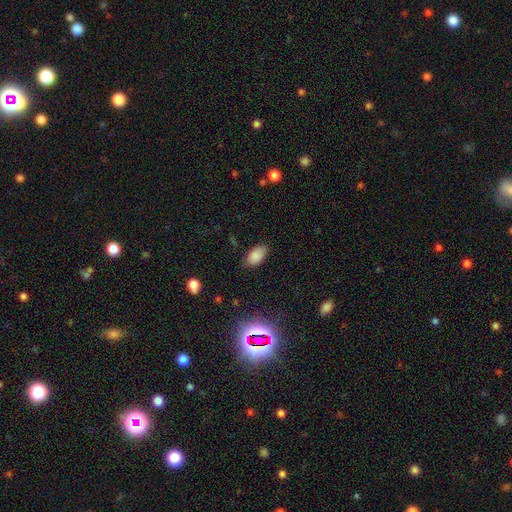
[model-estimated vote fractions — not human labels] Smooth or featured? Predicted: smooth (p=0.85). How rounded? Predicted: in between (p=0.93). Merging? Predicted: none (p=0.77).